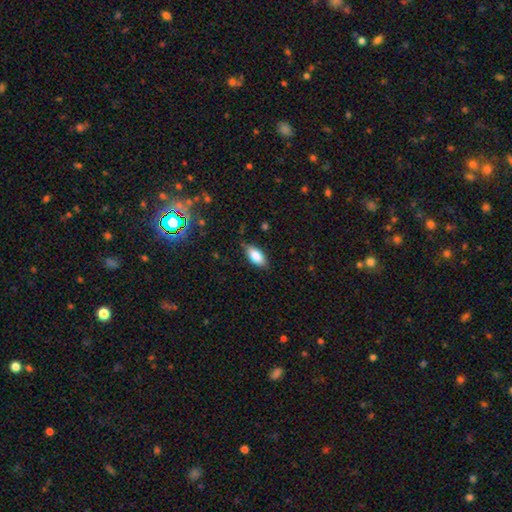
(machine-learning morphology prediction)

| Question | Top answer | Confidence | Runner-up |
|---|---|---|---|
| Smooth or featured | smooth | 80% | featured or disk (13%) |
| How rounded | in between | 88% | cigar-shaped (9%) |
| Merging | none | 79% | minor disturbance (17%) |